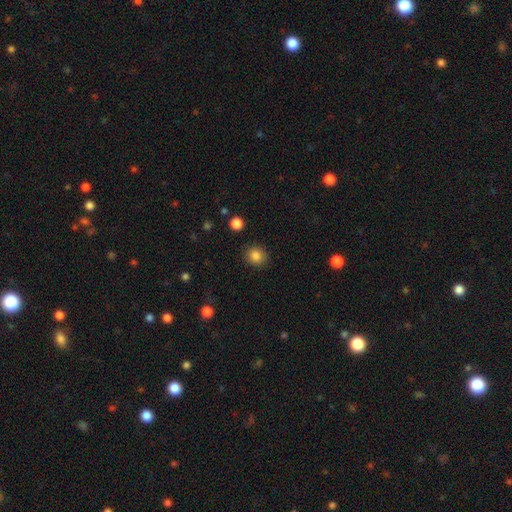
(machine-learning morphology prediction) Smooth or featured?
  - smooth: 85% *
  - star or artifact: 11%
  - featured or disk: 5%
How rounded?
  - round: 83% *
  - in between: 16%
  - cigar-shaped: 1%
Merging?
  - none: 89% *
  - minor disturbance: 7%
  - major disturbance: 2%
  - merger: 2%